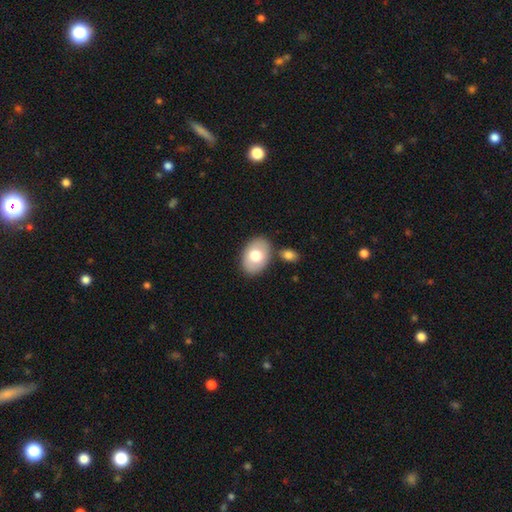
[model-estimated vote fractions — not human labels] Smooth or featured? Predicted: smooth (p=0.73). How rounded? Predicted: in between (p=0.85). Merging? Predicted: none (p=0.77).